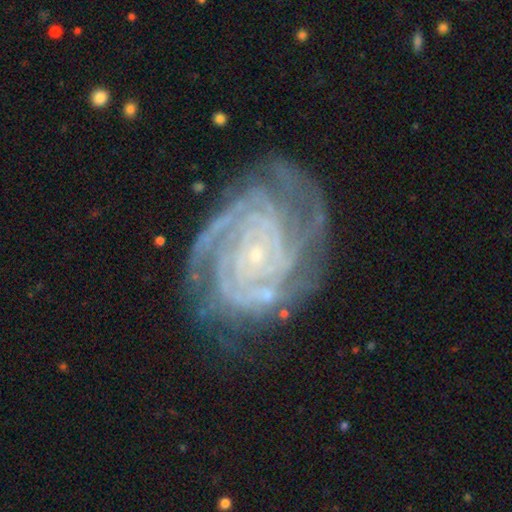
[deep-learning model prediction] Smooth or featured: featured or disk — 91% (star or artifact — 6%)
Edge-on disk: no — 98% (yes — 2%)
Bar: no — 75% (weak — 17%)
Spiral arms: yes — 98% (no — 2%)
Spiral winding: tight — 80% (medium — 17%)
Spiral arm count: 3 — 22% (4 — 21%)
Bulge size: small — 88% (moderate — 7%)
Merging: none — 71% (minor disturbance — 19%)